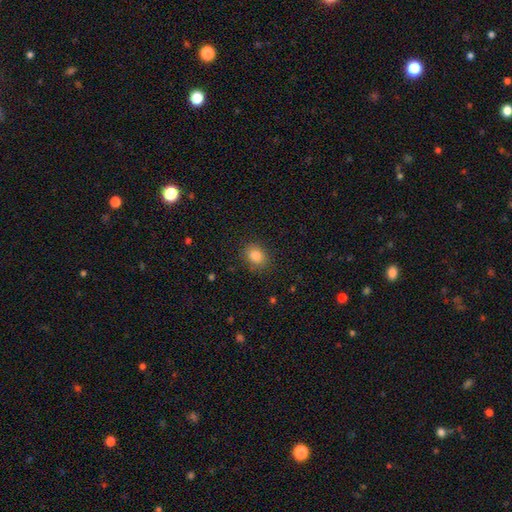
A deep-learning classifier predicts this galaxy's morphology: Smooth or featured?
  - smooth: 85% *
  - star or artifact: 10%
  - featured or disk: 5%
How rounded?
  - in between: 50% *
  - round: 49%
  - cigar-shaped: 1%
Merging?
  - none: 85% *
  - minor disturbance: 11%
  - major disturbance: 3%
  - merger: 1%